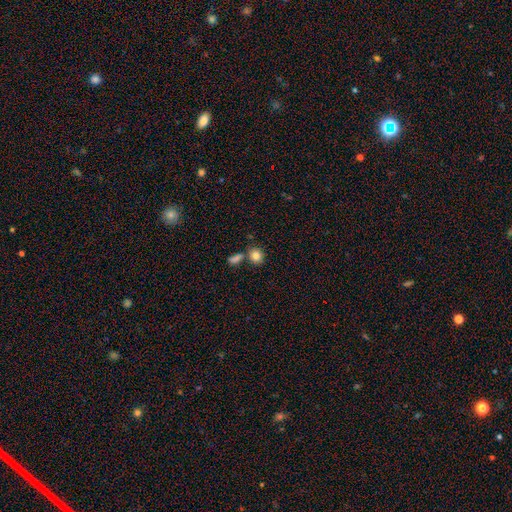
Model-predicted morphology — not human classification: type=smooth (83%); roundness=round (72%); merging=none (66%).